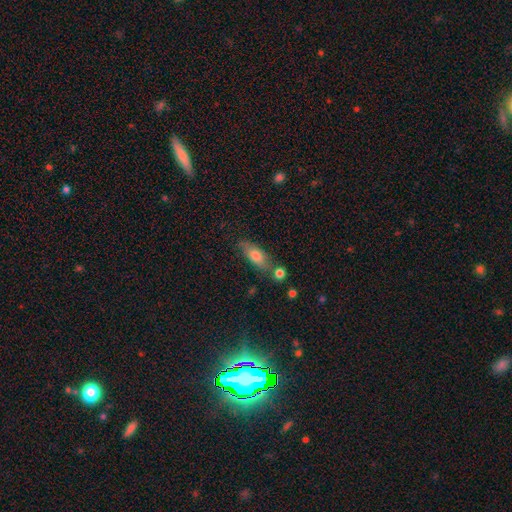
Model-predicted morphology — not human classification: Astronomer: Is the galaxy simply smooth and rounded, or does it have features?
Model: smooth — 71%.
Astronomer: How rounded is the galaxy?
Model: in between — 72%.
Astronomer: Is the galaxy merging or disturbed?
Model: none — 66%.